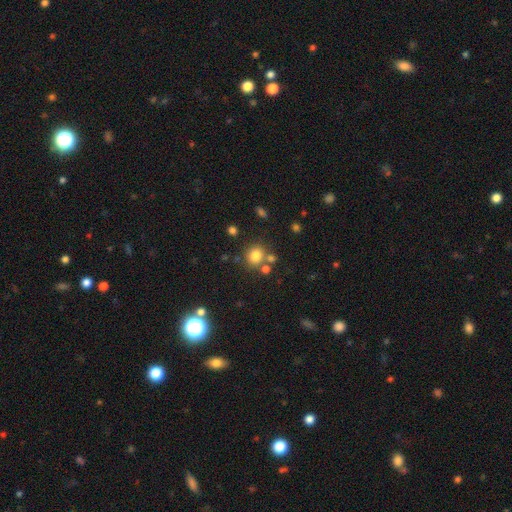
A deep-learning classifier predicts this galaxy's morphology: A smooth galaxy with no disk features (77%) that is round (84%).

Vote fractions:
- Smooth or featured? smooth: 77% / star or artifact: 14% / featured or disk: 9%
- How rounded? round: 84% / in between: 15% / cigar-shaped: 1%
- Merging? none: 70% / merger: 15% / minor disturbance: 10% / major disturbance: 4%